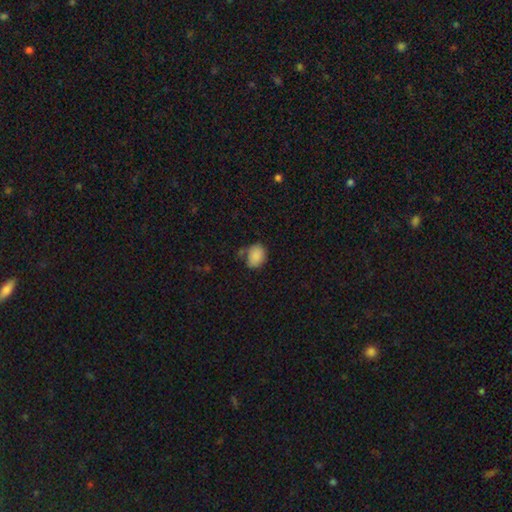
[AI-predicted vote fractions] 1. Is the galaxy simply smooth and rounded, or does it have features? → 87% smooth, 9% star or artifact, 4% featured or disk.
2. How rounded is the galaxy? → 61% in between, 38% round, 1% cigar-shaped.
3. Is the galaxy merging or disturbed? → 66% none, 21% minor disturbance, 7% merger, 6% major disturbance.